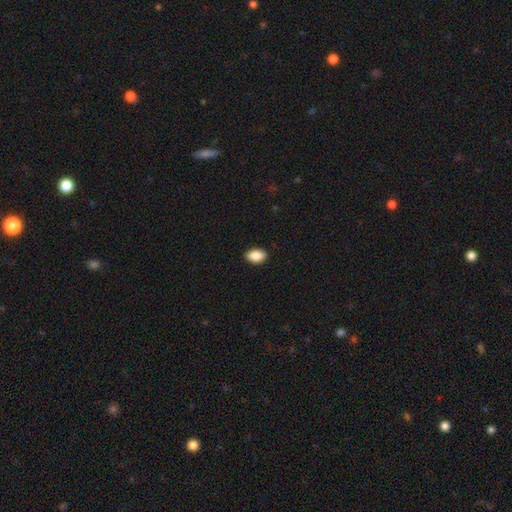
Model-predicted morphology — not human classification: Smooth or featured?
  - smooth: 87% *
  - star or artifact: 7%
  - featured or disk: 6%
How rounded?
  - in between: 91% *
  - round: 7%
  - cigar-shaped: 2%
Merging?
  - none: 88% *
  - minor disturbance: 10%
  - major disturbance: 2%
  - merger: 1%